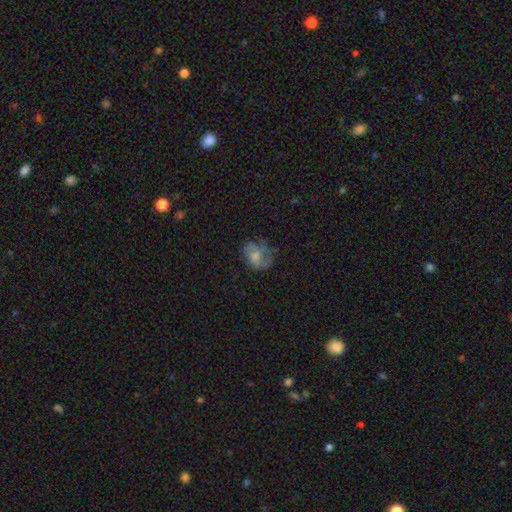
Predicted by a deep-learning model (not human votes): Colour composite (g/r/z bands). It shows a smooth galaxy with no disk features (48%). Merging: none (52%).